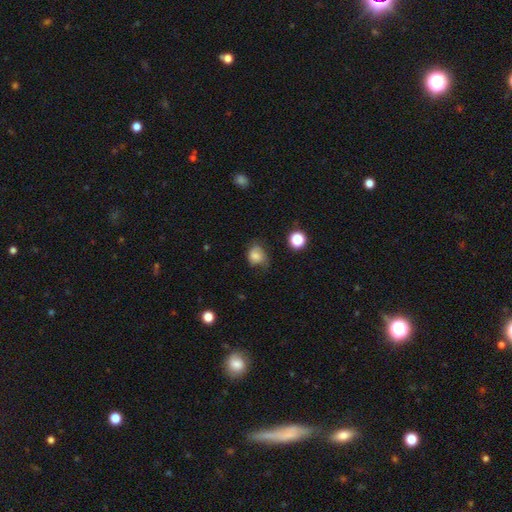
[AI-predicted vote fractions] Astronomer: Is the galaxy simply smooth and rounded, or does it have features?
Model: smooth — 77%.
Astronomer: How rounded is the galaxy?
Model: round — 52% (runner-up: in between, 47%).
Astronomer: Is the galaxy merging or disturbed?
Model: none — 48% (runner-up: minor disturbance, 36%).